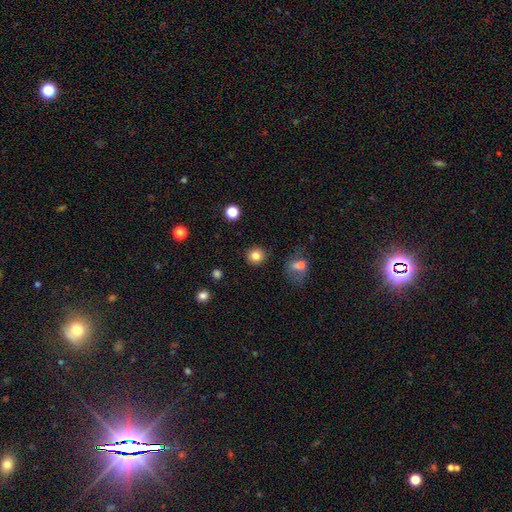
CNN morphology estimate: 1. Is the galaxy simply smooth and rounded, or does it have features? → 82% smooth, 11% star or artifact, 6% featured or disk.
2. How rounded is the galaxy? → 91% round, 8% in between, 1% cigar-shaped.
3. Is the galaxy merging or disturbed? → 90% none, 6% minor disturbance, 2% major disturbance, 2% merger.